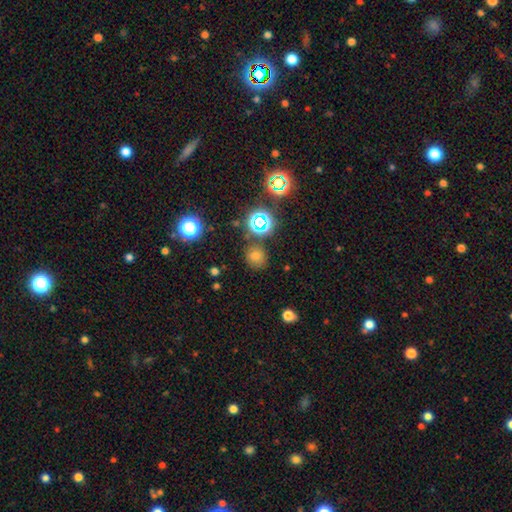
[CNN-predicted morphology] Smooth or featured? Predicted: smooth (p=0.60). How rounded? Predicted: round (p=0.83). Merging? Predicted: none (p=0.82).